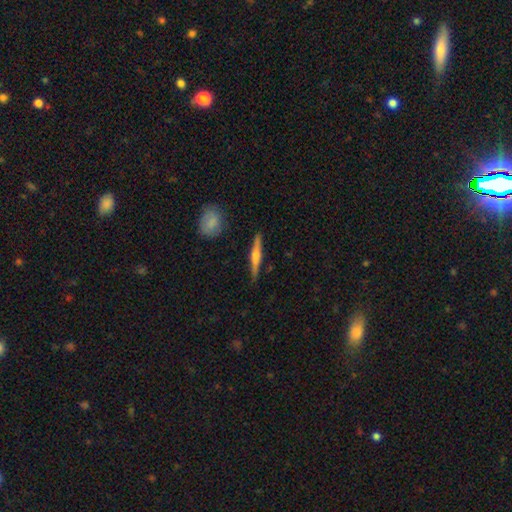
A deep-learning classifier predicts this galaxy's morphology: A featured or disk galaxy (64%) viewed edge-on (98%) with a rounded central bulge (80%). Merging: none (89%).